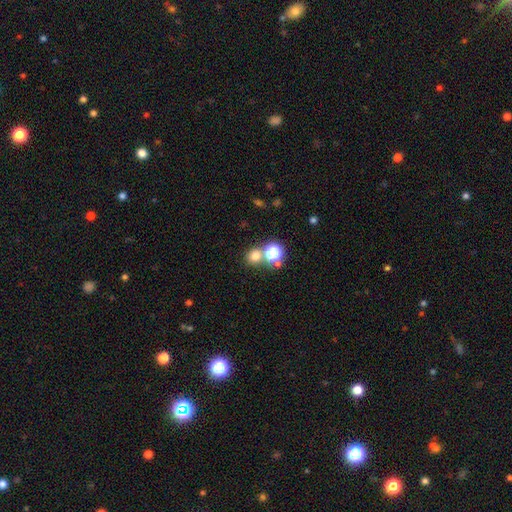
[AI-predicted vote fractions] smooth-or-featured: smooth: 71% | star or artifact: 21% | featured or disk: 8%
  how-rounded: round: 83% | in between: 16% | cigar-shaped: 1%
  merging: none: 61% | merger: 28% | minor disturbance: 7% | major disturbance: 4%